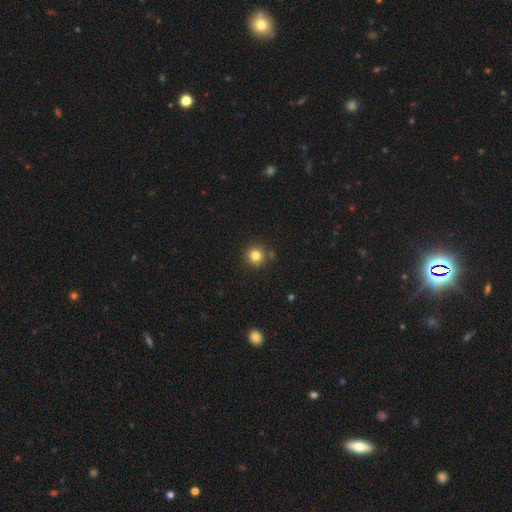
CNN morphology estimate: smooth_or_featured: smooth (p=0.82) [alt: star or artifact p=0.12]
how_rounded: round (p=0.95) [alt: in between p=0.05]
merging: none (p=0.85) [alt: minor disturbance p=0.08]